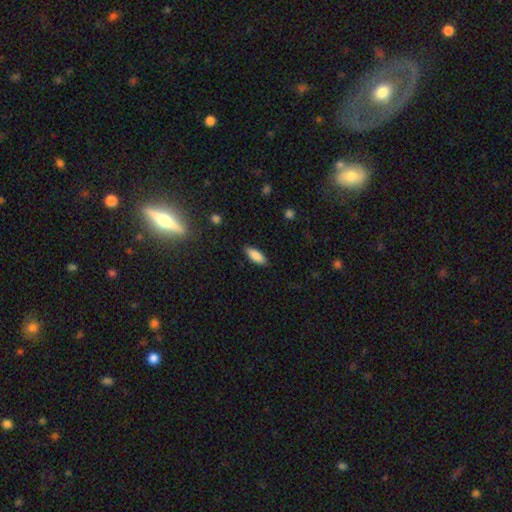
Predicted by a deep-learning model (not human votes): A smooth galaxy with no disk features (86%) that is in between round and cigar-shaped (73%).

Vote fractions:
- Smooth or featured? smooth: 86% / featured or disk: 7% / star or artifact: 7%
- How rounded? in between: 73% / cigar-shaped: 25% / round: 2%
- Merging? none: 87% / minor disturbance: 10% / major disturbance: 2% / merger: 1%